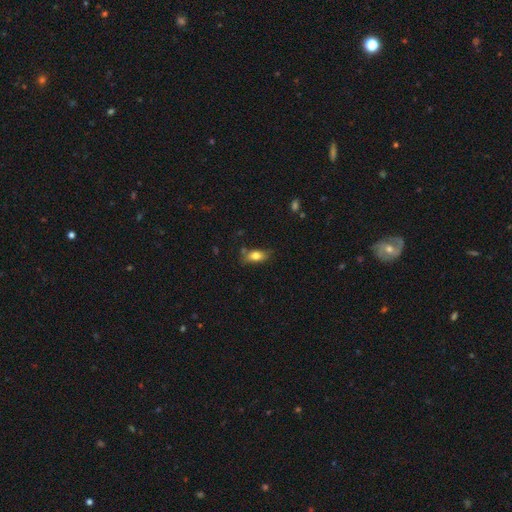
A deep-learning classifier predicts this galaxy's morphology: Smooth or featured? smooth (75%)
How rounded? in between (82%)
Merging? none (69%)